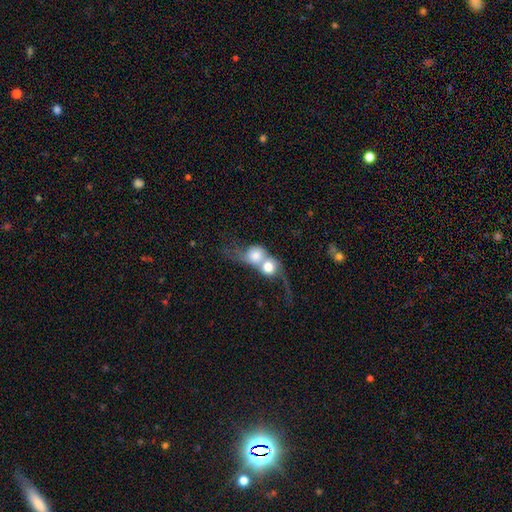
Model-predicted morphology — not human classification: type=smooth (62%); roundness=round (72%); merging=merger (85%).